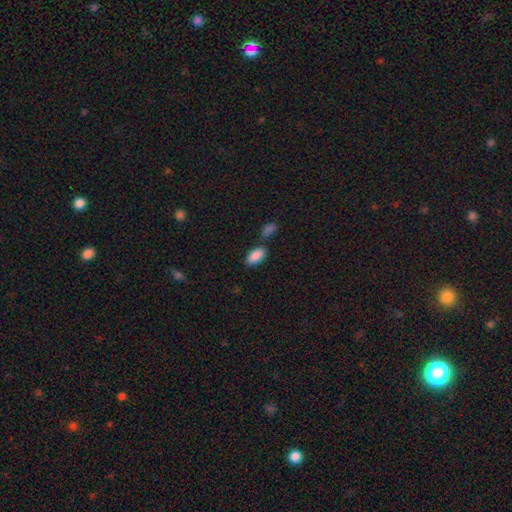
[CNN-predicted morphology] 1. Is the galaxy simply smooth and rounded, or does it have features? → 88% smooth, 7% star or artifact, 5% featured or disk.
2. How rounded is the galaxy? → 93% in between, 4% cigar-shaped, 3% round.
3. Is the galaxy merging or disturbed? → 66% none, 16% merger, 13% minor disturbance, 4% major disturbance.